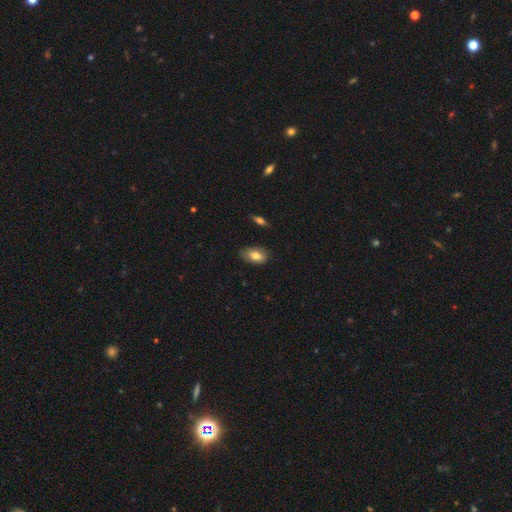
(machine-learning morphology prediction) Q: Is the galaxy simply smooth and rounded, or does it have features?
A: smooth — 77%.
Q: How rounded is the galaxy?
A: in between — 92%.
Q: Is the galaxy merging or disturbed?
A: none — 74%.